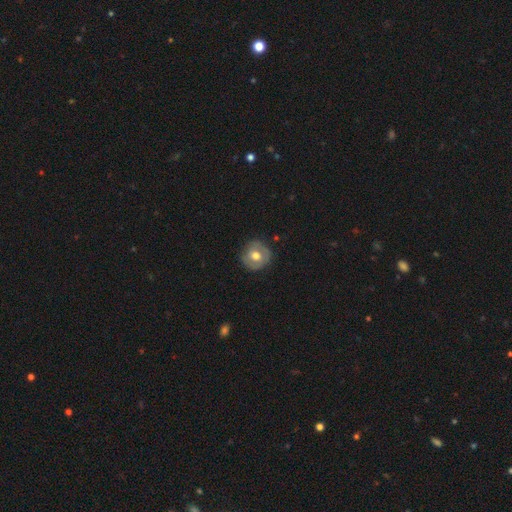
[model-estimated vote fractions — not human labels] smooth-or-featured: smooth: 55% | featured or disk: 38% | star or artifact: 7%
  how-rounded: round: 90% | in between: 9% | cigar-shaped: 1%
  merging: none: 81% | minor disturbance: 14% | major disturbance: 4% | merger: 1%